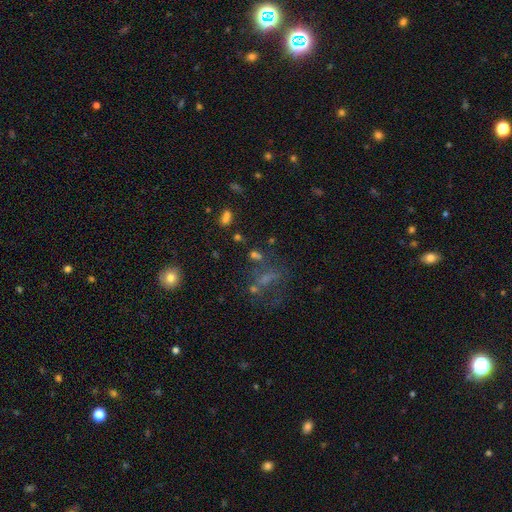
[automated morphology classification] This is marginally a smooth galaxy (39%). Merging: possibly none (51%).